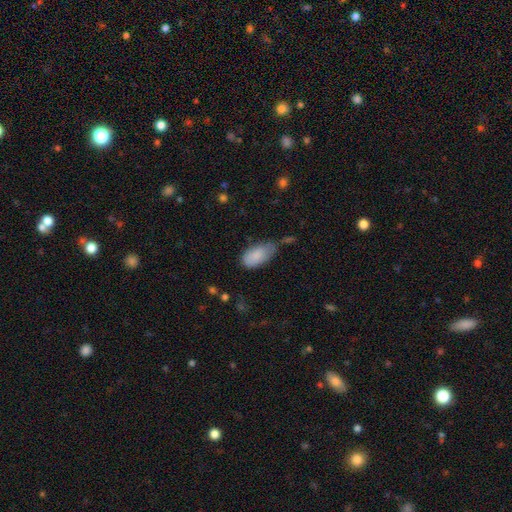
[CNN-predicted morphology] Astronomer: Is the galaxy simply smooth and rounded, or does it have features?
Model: smooth — 85%.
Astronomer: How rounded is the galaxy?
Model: in between — 93%.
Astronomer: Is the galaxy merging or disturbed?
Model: none — 45% (runner-up: minor disturbance, 37%).